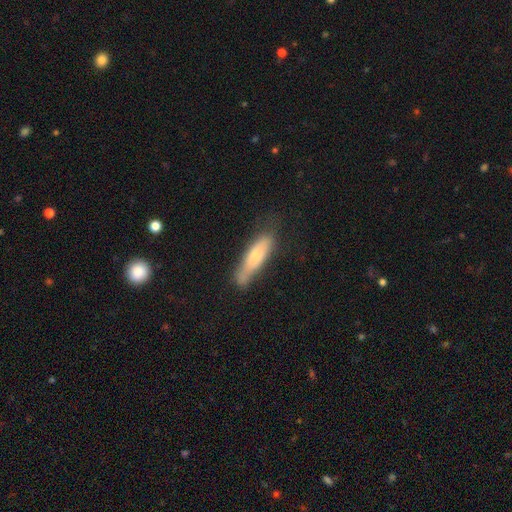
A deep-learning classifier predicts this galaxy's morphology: Q: Smooth or featured?
A: smooth (70%); runner-up: featured or disk (23%)
Q: How rounded?
A: cigar-shaped (68%); runner-up: in between (31%)
Q: Merging?
A: none (53%); runner-up: minor disturbance (30%)